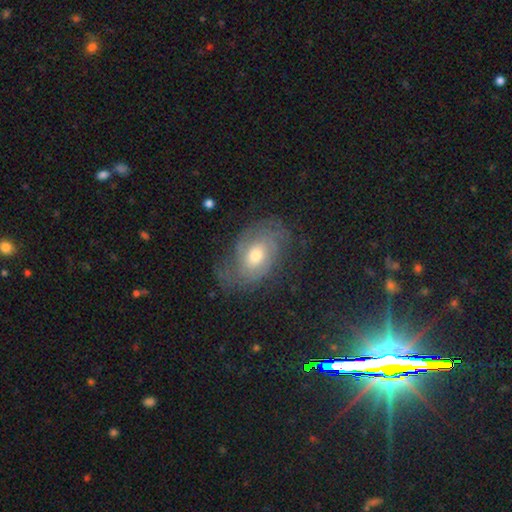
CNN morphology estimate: Q: Smooth or featured?
A: featured or disk (72%); runner-up: smooth (20%)
Q: Edge-on disk?
A: no (96%); runner-up: yes (4%)
Q: Bar?
A: no (71%); runner-up: weak (25%)
Q: Spiral arms?
A: yes (87%); runner-up: no (13%)
Q: Spiral winding?
A: tight (55%); runner-up: medium (32%)
Q: Spiral arm count?
A: can't tell (44%); runner-up: 2 (28%)
Q: Bulge size?
A: moderate (67%); runner-up: small (23%)
Q: Merging?
A: none (65%); runner-up: minor disturbance (21%)